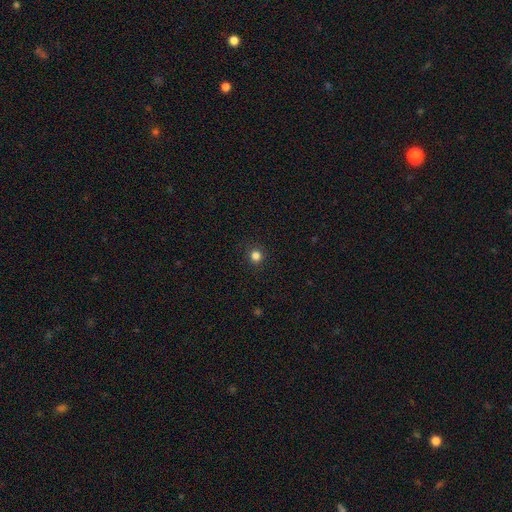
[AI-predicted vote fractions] A smooth galaxy with no disk features (83%) that is round (92%).

Vote fractions:
- Smooth or featured? smooth: 83% / star or artifact: 13% / featured or disk: 4%
- How rounded? round: 92% / in between: 7% / cigar-shaped: 1%
- Merging? none: 91% / minor disturbance: 6% / major disturbance: 2% / merger: 1%